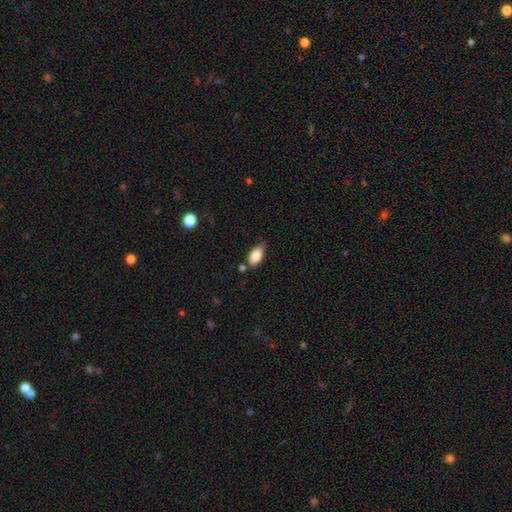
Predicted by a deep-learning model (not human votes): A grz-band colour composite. It shows a smooth galaxy with no disk features (85%) that is in between round and cigar-shaped (91%). Merging: none (65%).